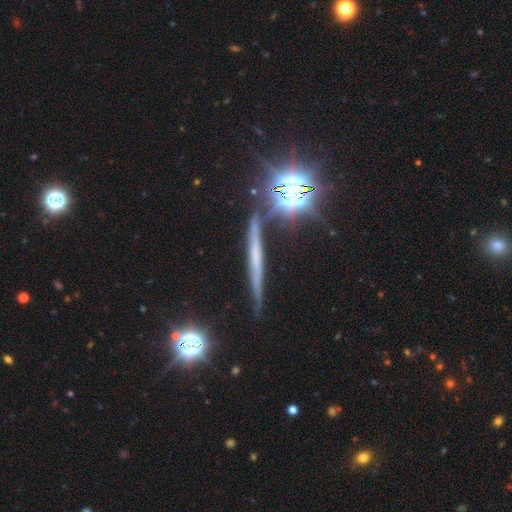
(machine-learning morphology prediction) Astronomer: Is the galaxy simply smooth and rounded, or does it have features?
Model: featured or disk — 54%.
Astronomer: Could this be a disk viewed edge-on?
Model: yes — 95%.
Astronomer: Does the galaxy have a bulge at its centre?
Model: none — 79%.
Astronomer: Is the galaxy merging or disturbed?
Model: none — 84%.